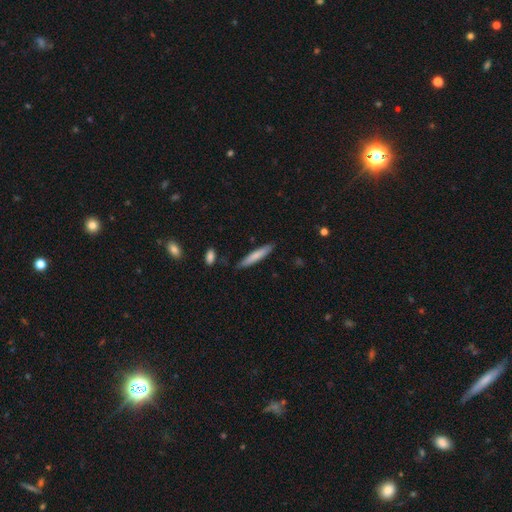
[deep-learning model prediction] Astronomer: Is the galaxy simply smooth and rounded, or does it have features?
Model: smooth — 76%.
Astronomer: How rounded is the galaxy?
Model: cigar-shaped — 90%.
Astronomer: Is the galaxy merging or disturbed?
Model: none — 84%.